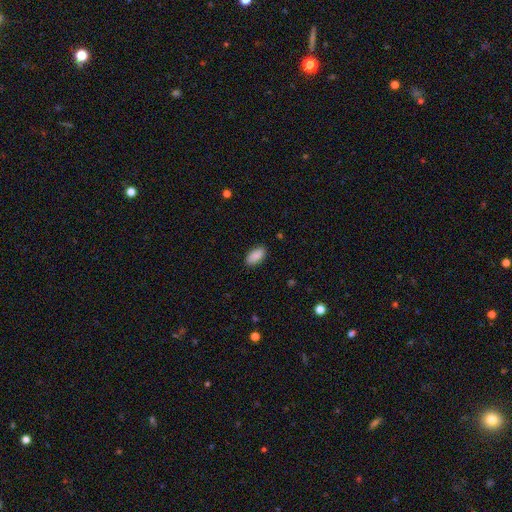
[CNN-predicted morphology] smooth-or-featured: smooth: 88% | star or artifact: 7% | featured or disk: 6%
  how-rounded: in between: 93% | cigar-shaped: 4% | round: 3%
  merging: none: 87% | minor disturbance: 10% | major disturbance: 2% | merger: 1%